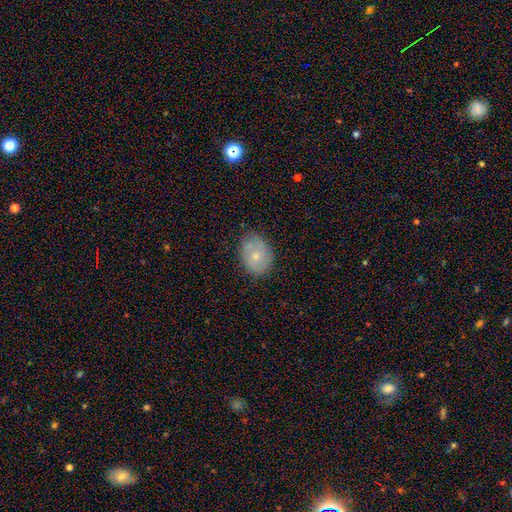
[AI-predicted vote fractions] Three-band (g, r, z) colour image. It shows a smooth galaxy with no disk features (61%) that is in between round and cigar-shaped (57%). Merging: none (63%).